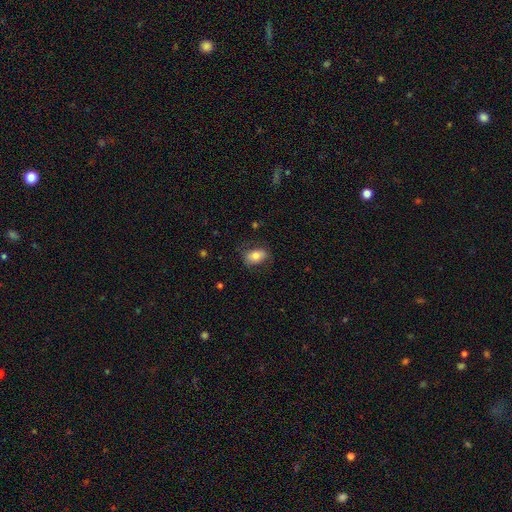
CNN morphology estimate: Smooth or featured?
  - smooth: 77% *
  - featured or disk: 16%
  - star or artifact: 7%
How rounded?
  - in between: 88% *
  - round: 10%
  - cigar-shaped: 2%
Merging?
  - none: 73% *
  - minor disturbance: 18%
  - major disturbance: 7%
  - merger: 1%